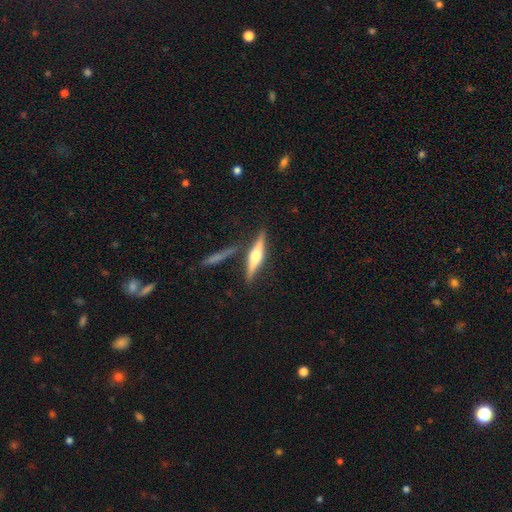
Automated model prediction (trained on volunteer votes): This is likely a featured or disk galaxy (69%). It is clearly viewed edge-on (97%). Edge-on bulge: clearly rounded (92%). Merging: likely none (79%).